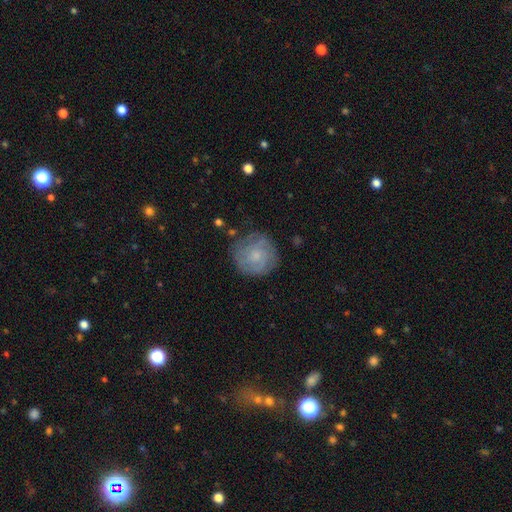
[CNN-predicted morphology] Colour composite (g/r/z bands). It shows a featured or disk galaxy (53%) with no bar (77%), spiral arms (82%) and a small central bulge (55%). Merging: none (76%).